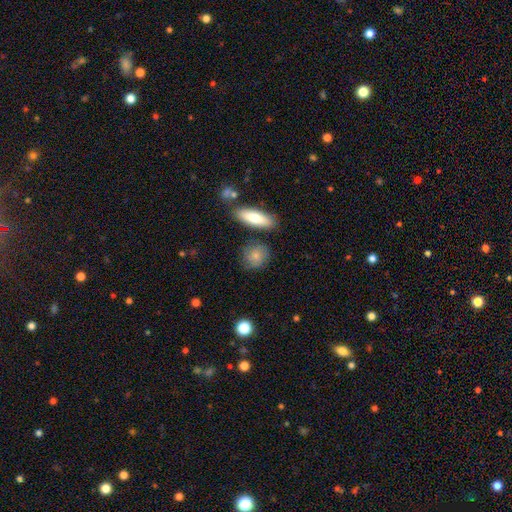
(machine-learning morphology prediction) smooth 80%, featured or disk 12%, star or artifact 8%. Down the decision tree: how rounded — round (69%); merging — none (77%).